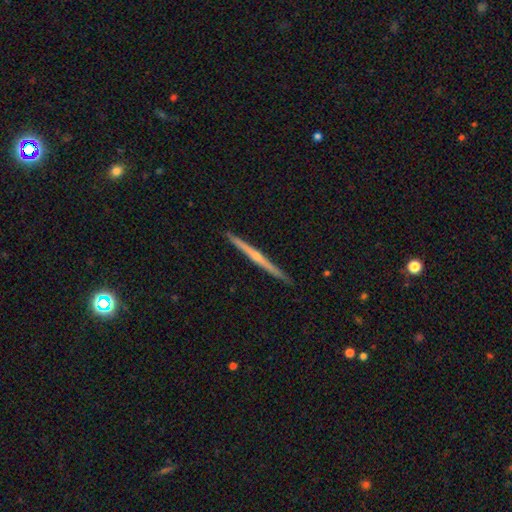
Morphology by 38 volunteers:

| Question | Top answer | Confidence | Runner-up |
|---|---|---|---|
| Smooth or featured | featured or disk | 89% | smooth (11%) |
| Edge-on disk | yes | 97% | no (3%) |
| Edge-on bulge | rounded | 61% | none (36%) |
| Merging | none | 87% | major disturbance (8%) |